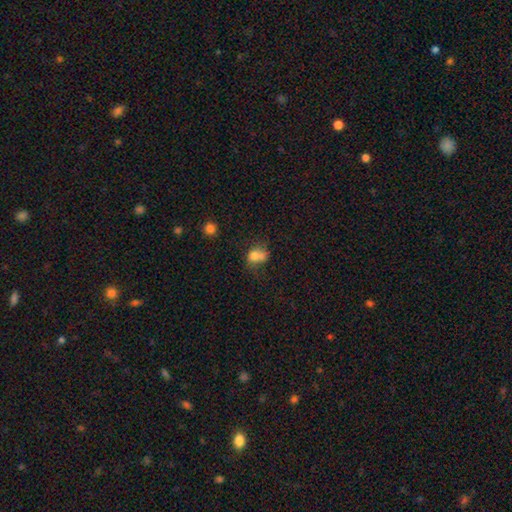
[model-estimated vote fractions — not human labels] A smooth galaxy with no disk features (72%) that is in between round and cigar-shaped (55%). Merging: merger (35%).